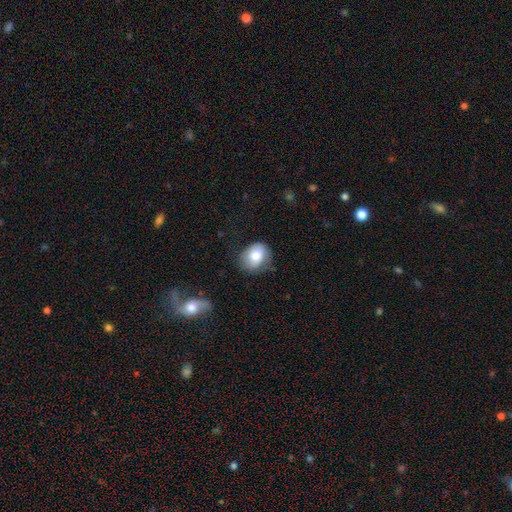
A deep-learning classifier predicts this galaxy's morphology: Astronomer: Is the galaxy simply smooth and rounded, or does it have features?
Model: smooth — 79%.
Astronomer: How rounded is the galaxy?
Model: round — 53% (runner-up: in between, 46%).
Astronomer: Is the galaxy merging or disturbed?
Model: none — 67%.